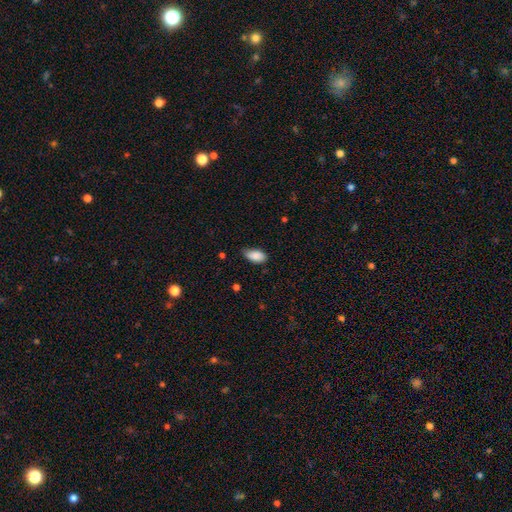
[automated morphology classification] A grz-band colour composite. It shows a smooth galaxy with no disk features (87%) that is in between round and cigar-shaped (94%). Merging: none (63%).